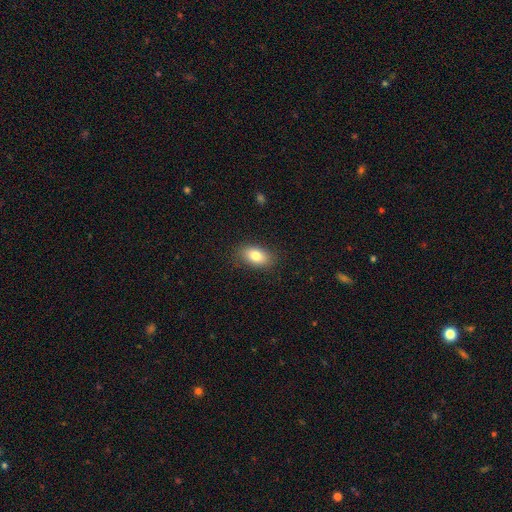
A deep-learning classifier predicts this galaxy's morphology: The model was most divided on "smooth or featured": smooth: 81%, featured or disk: 11%, star or artifact: 8%. More confident: how rounded — in between (89%); merging — none (85%).